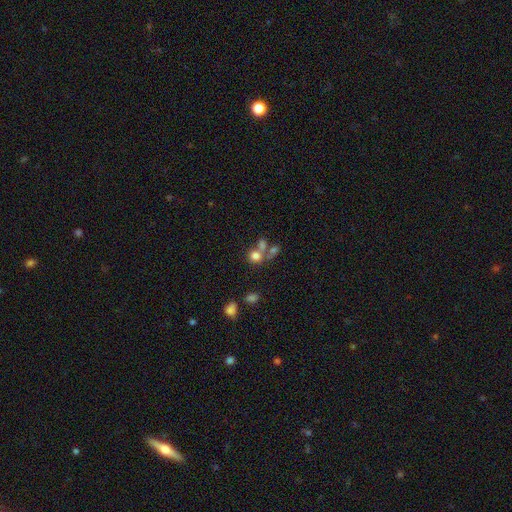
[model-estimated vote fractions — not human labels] The model was most divided on "merging": merger: 43%, none: 40%, minor disturbance: 9%, major disturbance: 7%. More confident: how rounded — round (78%); smooth or featured — smooth (71%).